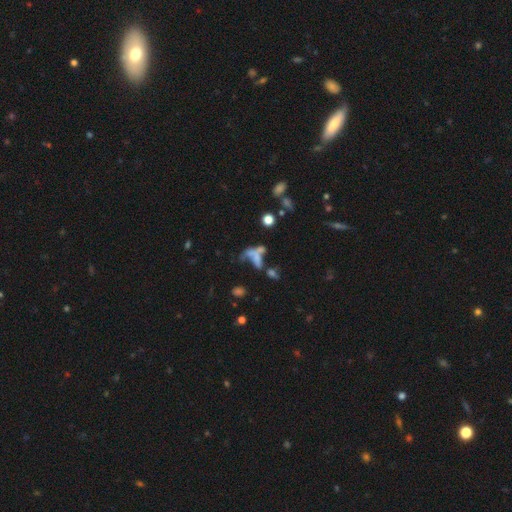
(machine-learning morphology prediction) A smooth galaxy with no disk features (46%).

Vote fractions:
- Smooth or featured? smooth: 46% / featured or disk: 33% / star or artifact: 21%
- Merging? merger: 40% / major disturbance: 24% / none: 24% / minor disturbance: 12%